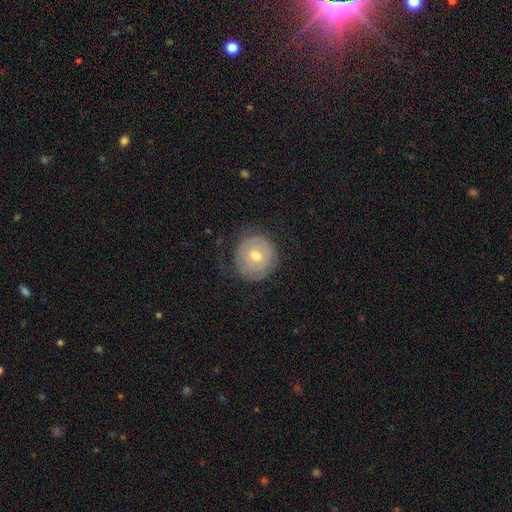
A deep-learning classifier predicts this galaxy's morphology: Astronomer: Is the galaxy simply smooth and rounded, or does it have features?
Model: smooth — 52% (runner-up: featured or disk, 40%).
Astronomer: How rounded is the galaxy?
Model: round — 89%.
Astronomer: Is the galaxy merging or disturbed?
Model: none — 74%.